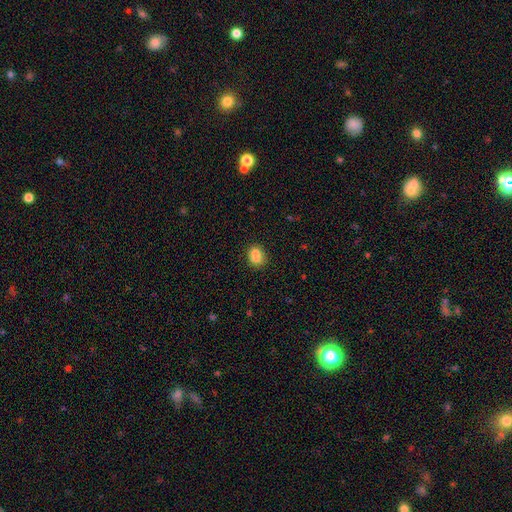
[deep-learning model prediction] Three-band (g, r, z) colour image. It shows a smooth galaxy with no disk features (77%) that is round (50%). Merging: none (48%).